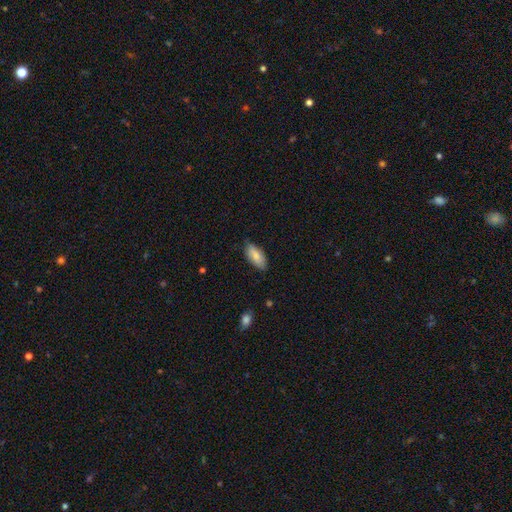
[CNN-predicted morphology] Smooth or featured? smooth (82%)
How rounded? in between (86%)
Merging? none (79%)